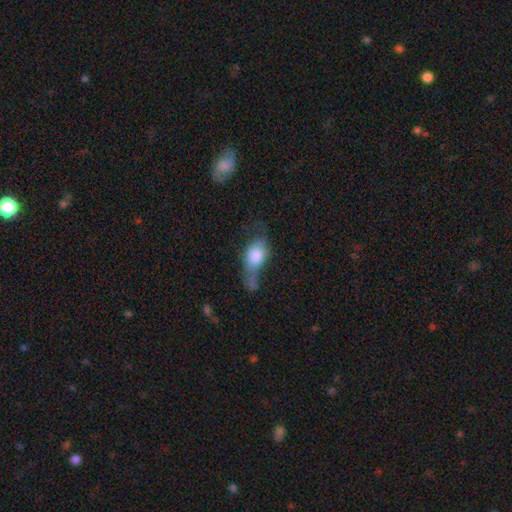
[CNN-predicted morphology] A smooth galaxy with no disk features (69%) that is in between round and cigar-shaped (78%). Merging: major disturbance (39%).